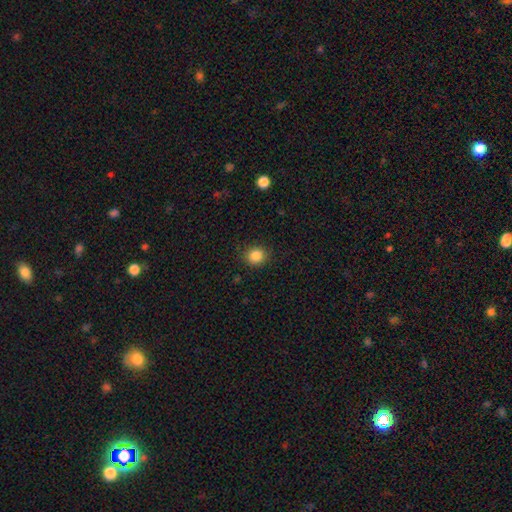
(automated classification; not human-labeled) A smooth galaxy with no disk features (85%) that is round (83%).

Vote fractions:
- Smooth or featured? smooth: 85% / star or artifact: 11% / featured or disk: 4%
- How rounded? round: 83% / in between: 16% / cigar-shaped: 1%
- Merging? none: 87% / minor disturbance: 9% / major disturbance: 3% / merger: 1%